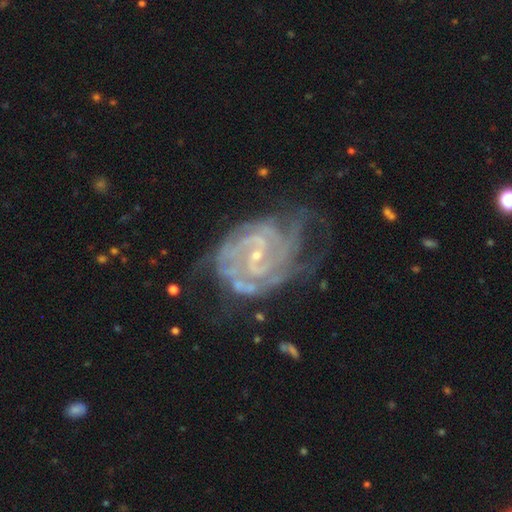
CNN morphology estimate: This appears to be a featured or disk galaxy (89%) with a weak bar (47%), tight (68%) spiral arms (97%) and a small central bulge (79%). Merging: none (51%).